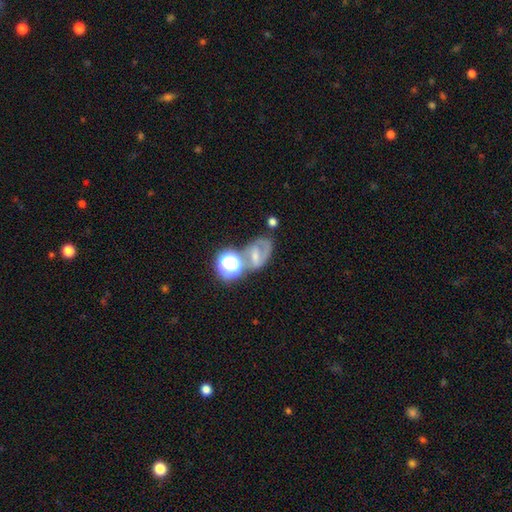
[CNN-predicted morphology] Smooth or featured? featured or disk (43%)
Merging? none (45%)